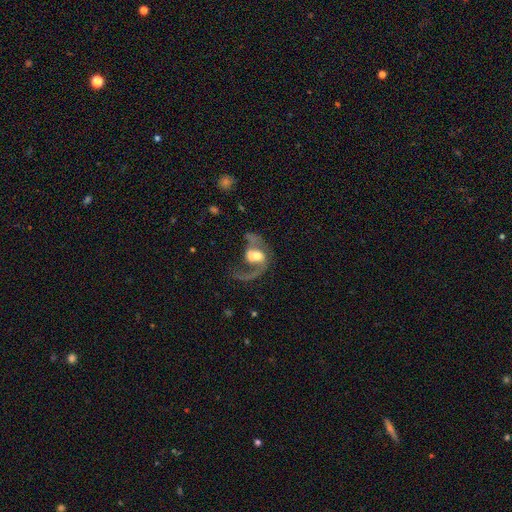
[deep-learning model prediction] smooth_or_featured: featured or disk (p=0.69) [alt: smooth p=0.23]
disk_edge_on: no (p=0.97) [alt: yes p=0.03]
bar: no (p=0.65) [alt: weak p=0.27]
has_spiral_arms: yes (p=0.77) [alt: no p=0.23]
spiral_winding: loose (p=0.68) [alt: medium p=0.26]
spiral_arm_count: 1 (p=0.54) [alt: 2 p=0.36]
bulge_size: moderate (p=0.54) [alt: large p=0.23]
merging: merger (p=0.41) [alt: major disturbance p=0.31]